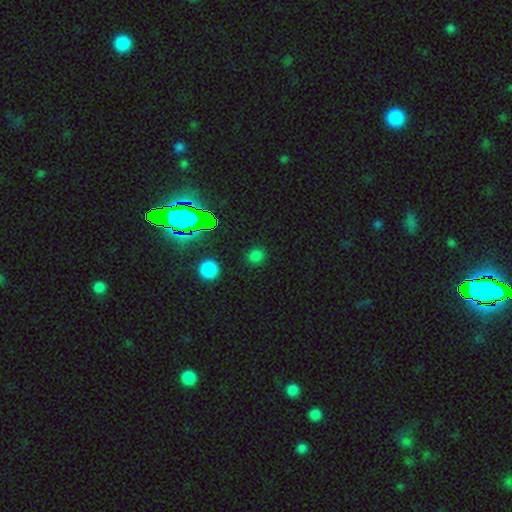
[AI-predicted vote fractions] smooth 68%, star or artifact 27%, featured or disk 5%. Down the decision tree: how rounded — round (88%); merging — none (88%).